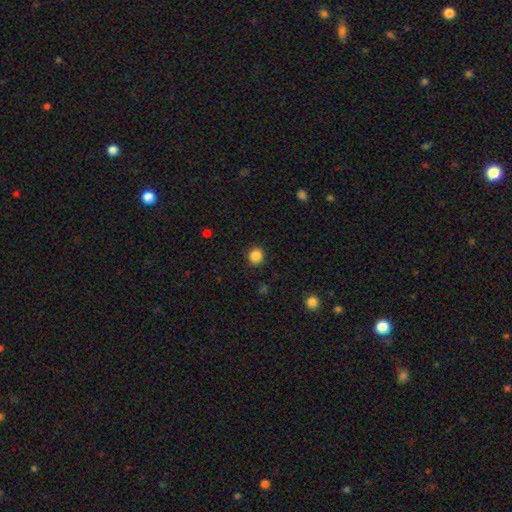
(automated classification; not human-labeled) Smooth or featured? smooth (86%)
How rounded? round (89%)
Merging? none (90%)